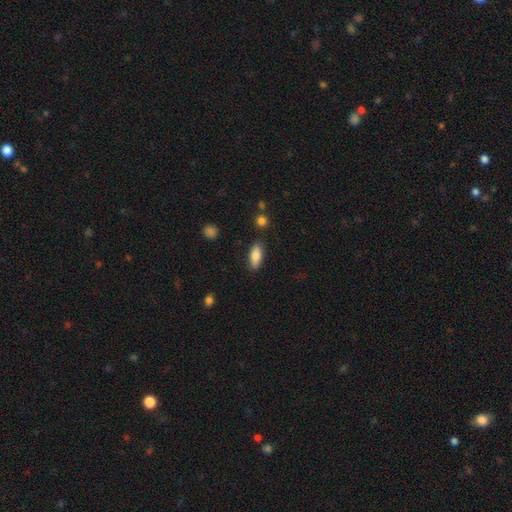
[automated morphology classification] smooth_or_featured: smooth (p=0.82) [alt: featured or disk p=0.11]
how_rounded: in between (p=0.76) [alt: cigar-shaped p=0.21]
merging: none (p=0.84) [alt: minor disturbance p=0.11]